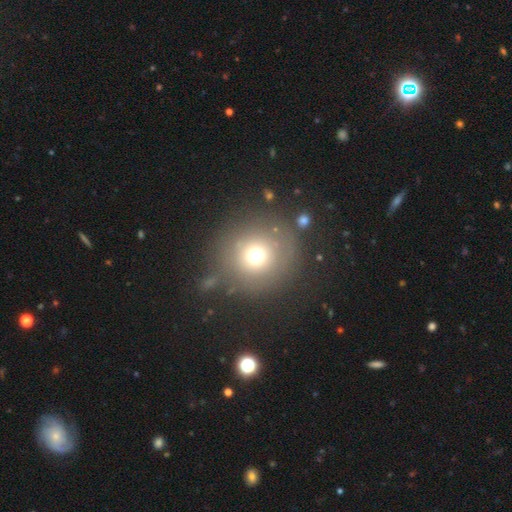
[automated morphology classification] smooth 68%, star or artifact 17%, featured or disk 14%. Down the decision tree: how rounded — round (93%); merging — none (73%).